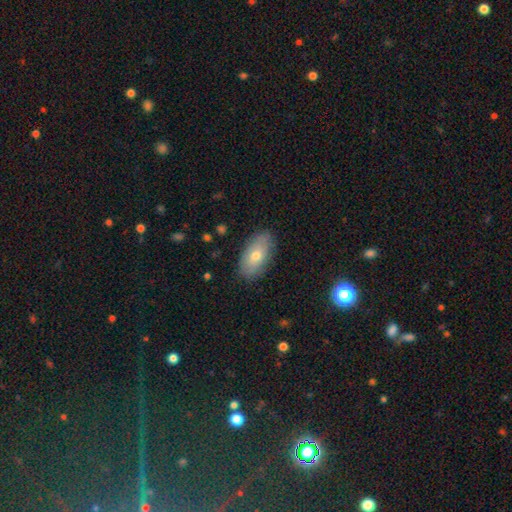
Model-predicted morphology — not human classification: A smooth galaxy with no disk features (69%) that is in between round and cigar-shaped (91%). Merging: none (85%).